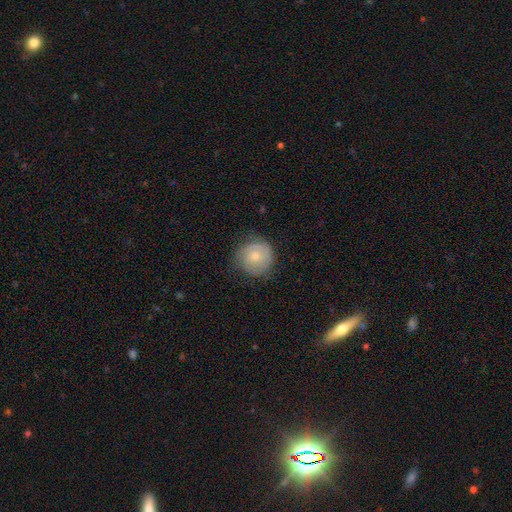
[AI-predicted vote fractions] Morphology: type=smooth (62%); roundness=round (92%); merging=none (72%).